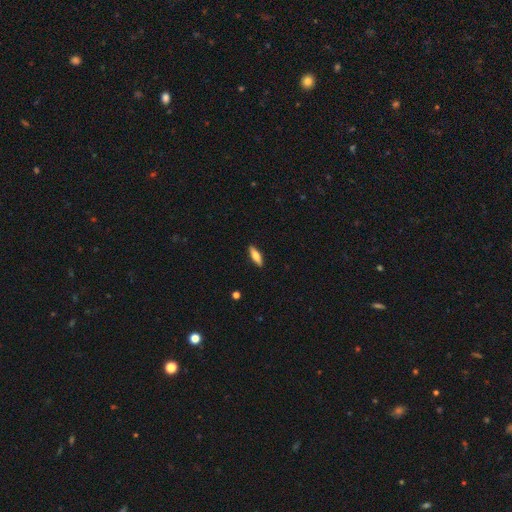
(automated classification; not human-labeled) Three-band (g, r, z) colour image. It shows a smooth galaxy with no disk features (67%) that is cigar-shaped (52%). Merging: none (90%).